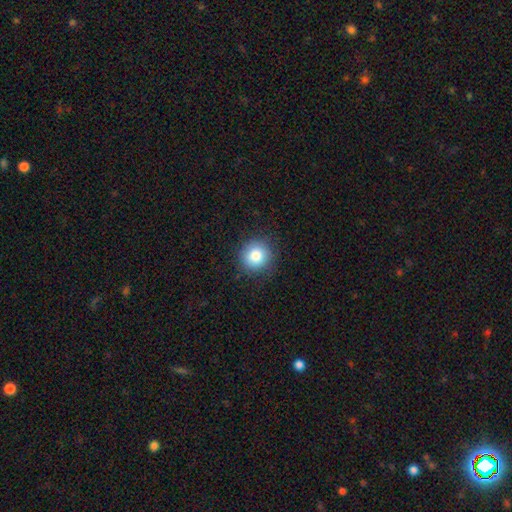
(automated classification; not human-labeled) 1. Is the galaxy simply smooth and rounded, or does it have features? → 82% smooth, 10% star or artifact, 7% featured or disk.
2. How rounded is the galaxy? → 92% round, 7% in between, 1% cigar-shaped.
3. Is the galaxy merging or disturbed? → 89% none, 8% minor disturbance, 2% major disturbance, 1% merger.